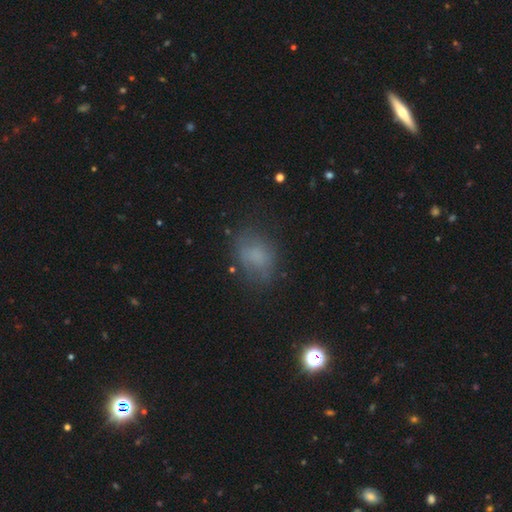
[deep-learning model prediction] Smooth or featured?
  - smooth: 69% *
  - featured or disk: 16%
  - star or artifact: 15%
How rounded?
  - in between: 66% *
  - round: 32%
  - cigar-shaped: 1%
Merging?
  - none: 65% *
  - minor disturbance: 22%
  - major disturbance: 11%
  - merger: 2%